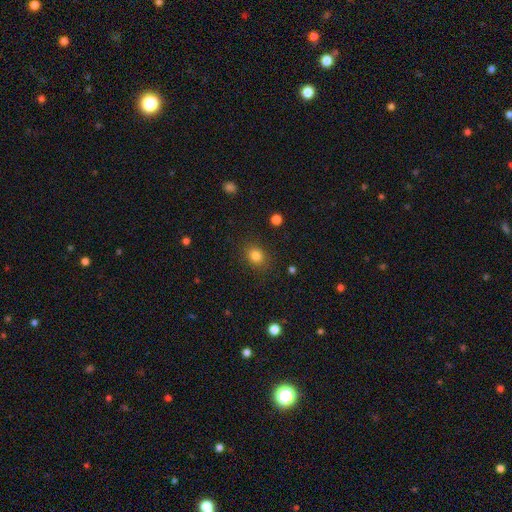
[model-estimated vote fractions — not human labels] This appears to be a smooth galaxy with no disk features (83%) that is round (64%). Merging: none (86%).